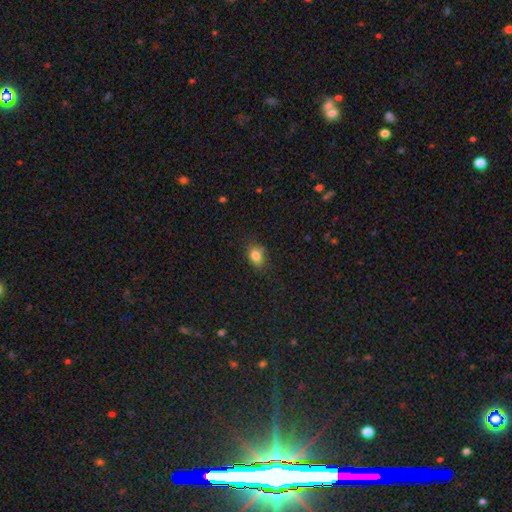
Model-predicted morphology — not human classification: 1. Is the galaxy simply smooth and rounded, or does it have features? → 82% smooth, 11% star or artifact, 7% featured or disk.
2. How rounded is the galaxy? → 67% in between, 32% round, 1% cigar-shaped.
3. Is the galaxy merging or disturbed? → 80% none, 16% minor disturbance, 3% major disturbance, 1% merger.